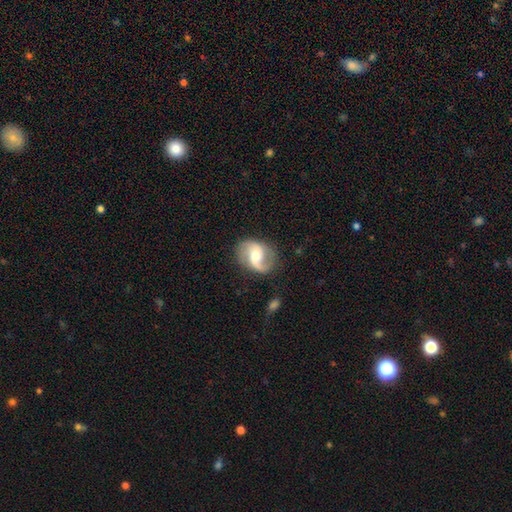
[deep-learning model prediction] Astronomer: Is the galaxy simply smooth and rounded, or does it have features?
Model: featured or disk — 78%.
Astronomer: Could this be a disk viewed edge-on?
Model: no — 98%.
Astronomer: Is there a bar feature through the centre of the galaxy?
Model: weak — 45% (runner-up: no, 39%).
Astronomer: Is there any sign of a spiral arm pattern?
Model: yes — 94%.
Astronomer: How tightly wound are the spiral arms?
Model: loose — 51% (runner-up: medium, 38%).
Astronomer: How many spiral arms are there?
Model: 2 — 83%.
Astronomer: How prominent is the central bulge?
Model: moderate — 59%.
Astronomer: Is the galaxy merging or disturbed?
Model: none — 71%.